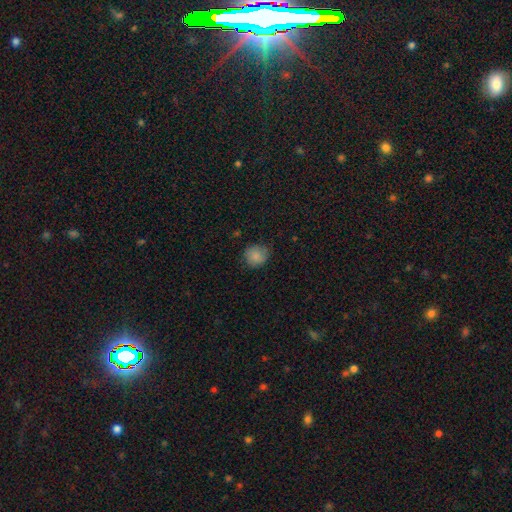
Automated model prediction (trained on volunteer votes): smooth 84%, star or artifact 9%, featured or disk 8%. Down the decision tree: how rounded — round (87%); merging — none (76%).